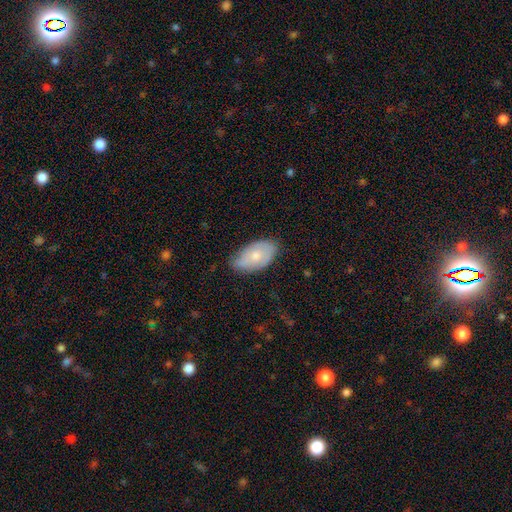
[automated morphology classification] Smooth or featured? smooth (63%)
How rounded? in between (94%)
Merging? none (69%)